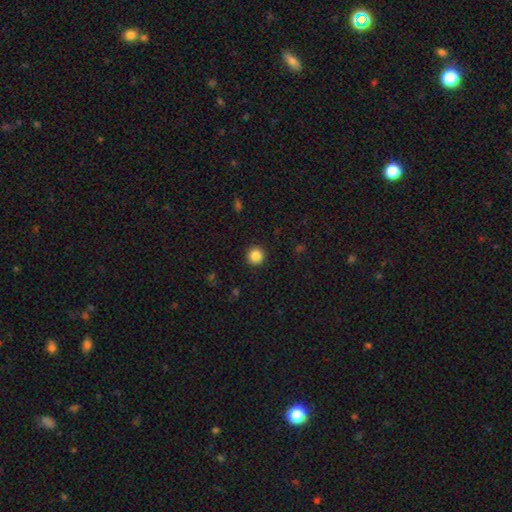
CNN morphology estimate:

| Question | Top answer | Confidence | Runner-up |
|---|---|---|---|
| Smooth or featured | smooth | 86% | star or artifact (10%) |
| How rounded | round | 96% | in between (3%) |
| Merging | none | 93% | minor disturbance (4%) |